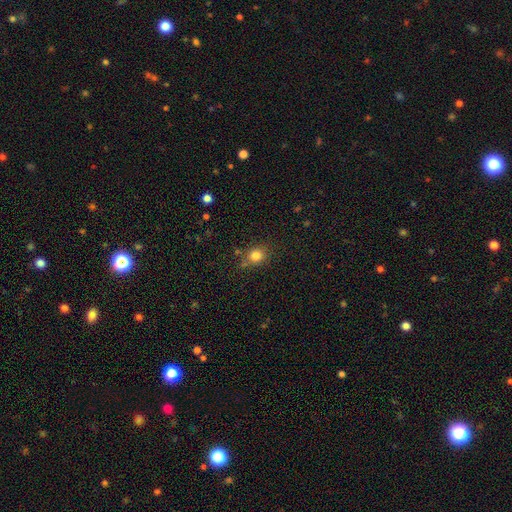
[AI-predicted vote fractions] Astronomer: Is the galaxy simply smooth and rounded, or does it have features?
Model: smooth — 82%.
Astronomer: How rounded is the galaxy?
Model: round — 77%.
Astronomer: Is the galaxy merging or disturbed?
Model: none — 75%.